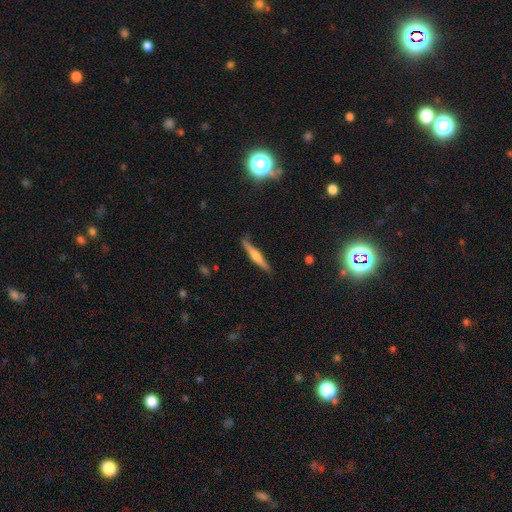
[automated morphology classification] Q: Smooth or featured?
A: featured or disk (60%); runner-up: smooth (34%)
Q: Edge-on disk?
A: yes (97%); runner-up: no (3%)
Q: Edge-on bulge?
A: rounded (70%); runner-up: boxy (17%)
Q: Merging?
A: none (85%); runner-up: minor disturbance (12%)